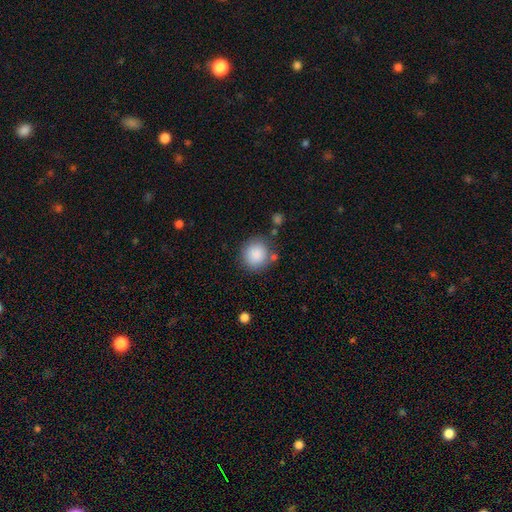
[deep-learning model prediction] Smooth or featured: smooth — 87% (star or artifact — 8%)
How rounded: round — 87% (in between — 12%)
Merging: none — 78% (minor disturbance — 12%)